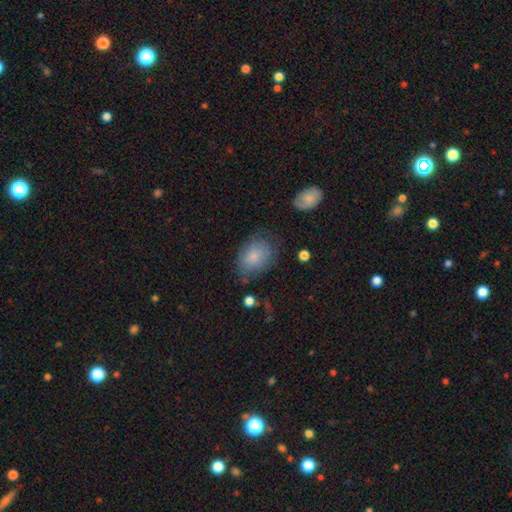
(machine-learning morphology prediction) smooth 74%, featured or disk 18%, star or artifact 8%. Down the decision tree: how rounded — in between (76%); merging — none (57%).